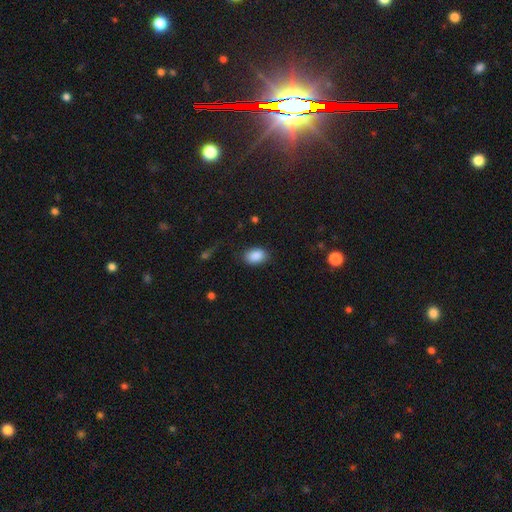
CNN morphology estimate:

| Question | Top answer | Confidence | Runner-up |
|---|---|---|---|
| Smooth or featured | smooth | 89% | star or artifact (8%) |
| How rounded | in between | 84% | round (15%) |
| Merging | none | 83% | minor disturbance (12%) |